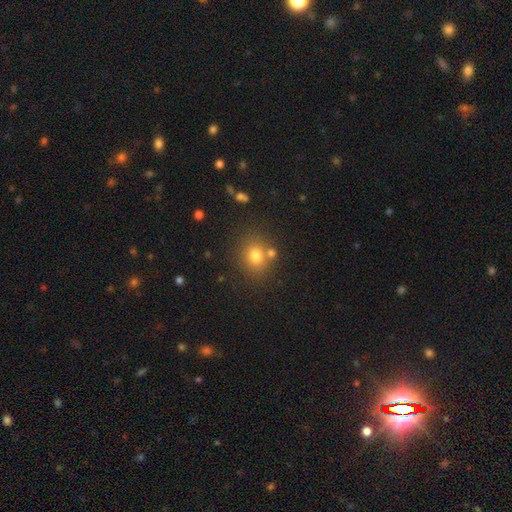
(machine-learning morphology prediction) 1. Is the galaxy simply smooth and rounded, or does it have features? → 76% smooth, 14% star or artifact, 10% featured or disk.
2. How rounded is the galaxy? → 73% round, 26% in between, 1% cigar-shaped.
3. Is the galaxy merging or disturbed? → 72% none, 14% merger, 11% minor disturbance, 4% major disturbance.